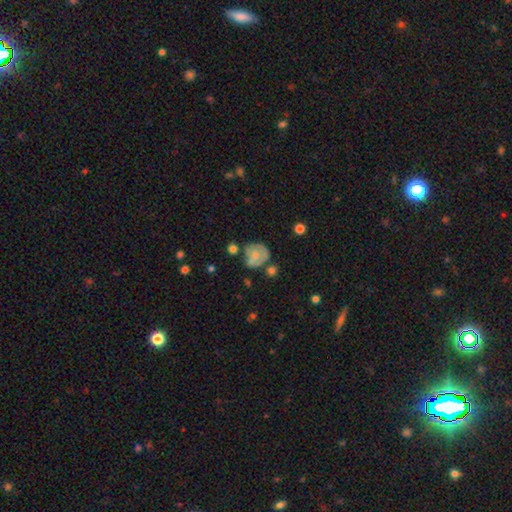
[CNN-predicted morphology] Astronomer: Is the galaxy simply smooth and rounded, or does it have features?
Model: smooth — 47% (runner-up: featured or disk, 44%).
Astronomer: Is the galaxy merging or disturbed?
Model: none — 48% (runner-up: minor disturbance, 28%).